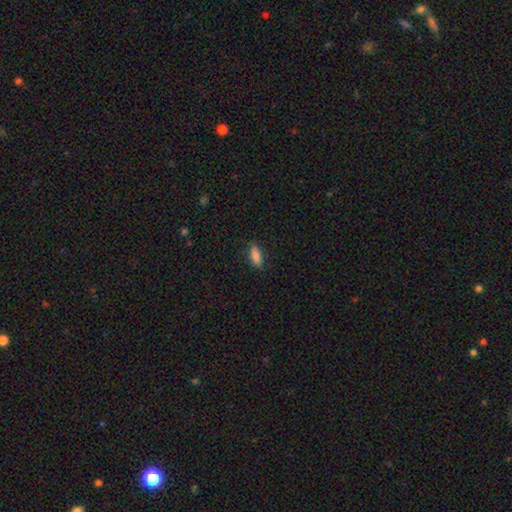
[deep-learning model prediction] Smooth or featured?
  - smooth: 85% *
  - star or artifact: 7%
  - featured or disk: 7%
How rounded?
  - in between: 67% *
  - cigar-shaped: 30%
  - round: 2%
Merging?
  - none: 84% *
  - minor disturbance: 12%
  - major disturbance: 2%
  - merger: 1%